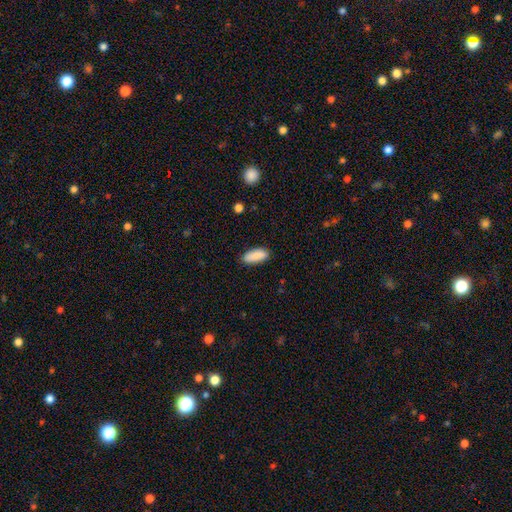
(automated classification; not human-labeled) This is clearly a smooth galaxy (90%). How rounded: clearly in between (80%). Merging: clearly none (87%).